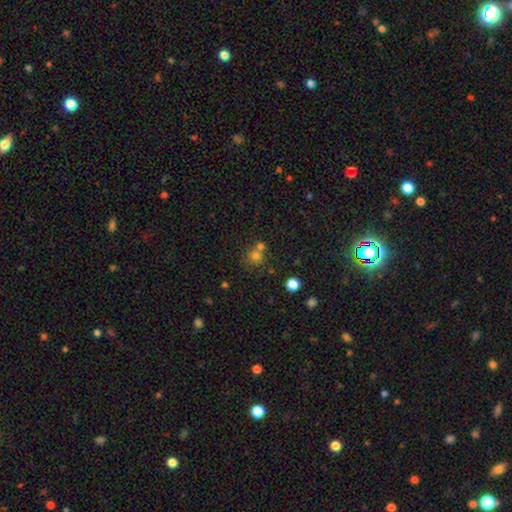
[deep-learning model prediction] A smooth galaxy with no disk features (72%) that is round (88%). Merging: none (54%).